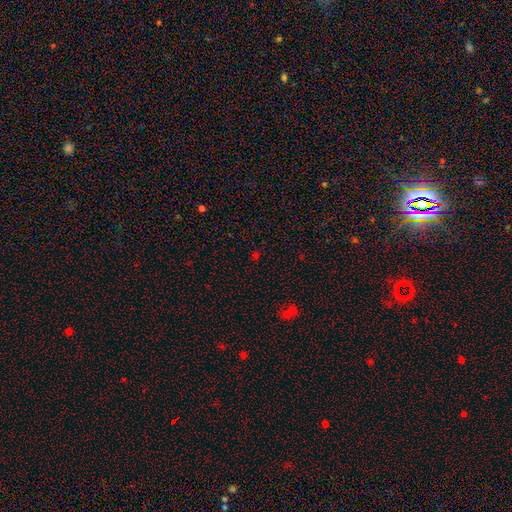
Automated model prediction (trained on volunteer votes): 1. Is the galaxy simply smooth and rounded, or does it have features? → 53% star or artifact, 40% smooth, 7% featured or disk.